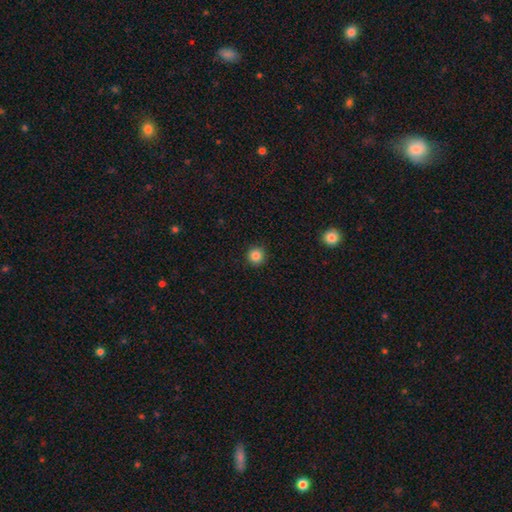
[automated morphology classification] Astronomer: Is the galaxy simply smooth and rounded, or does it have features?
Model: smooth — 85%.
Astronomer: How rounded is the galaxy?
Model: round — 95%.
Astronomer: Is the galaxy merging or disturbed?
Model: none — 92%.